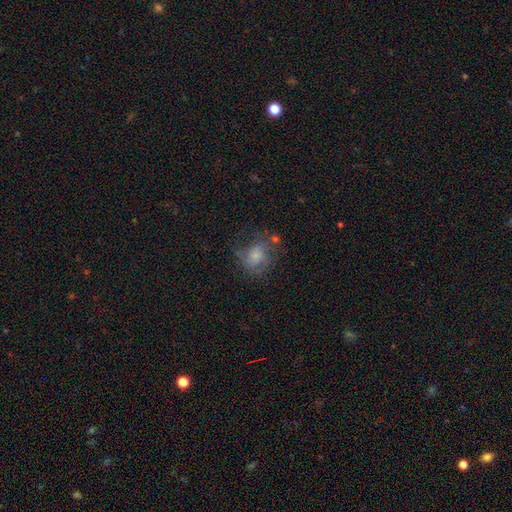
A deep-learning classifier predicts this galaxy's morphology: A smooth galaxy with no disk features (51%) that is round (61%). Merging: none (43%).